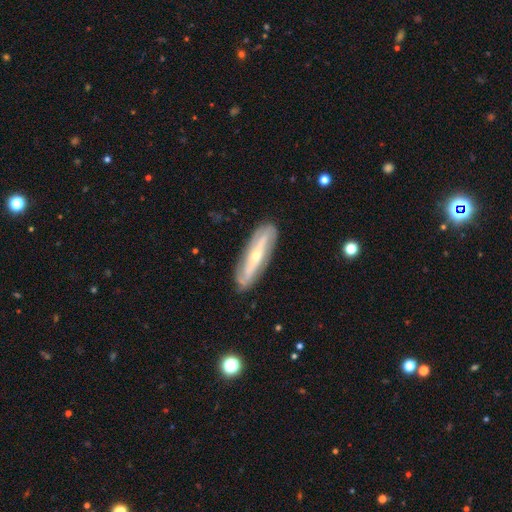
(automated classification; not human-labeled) featured or disk 74%, smooth 20%, star or artifact 6%. Down the decision tree: edge-on disk — no (64%); merging — none (84%).